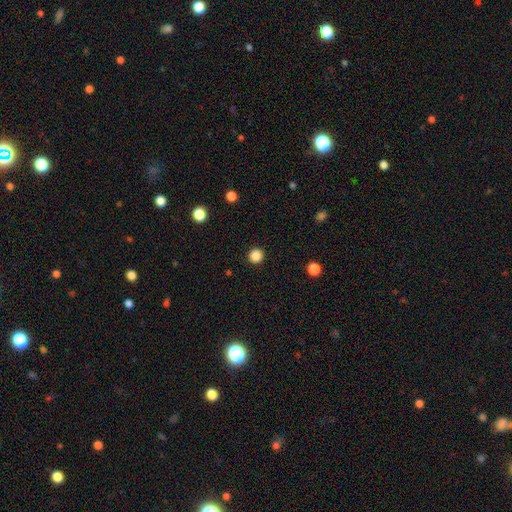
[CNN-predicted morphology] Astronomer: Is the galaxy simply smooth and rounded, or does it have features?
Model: smooth — 86%.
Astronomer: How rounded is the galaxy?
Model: round — 95%.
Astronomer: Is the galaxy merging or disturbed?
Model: none — 93%.